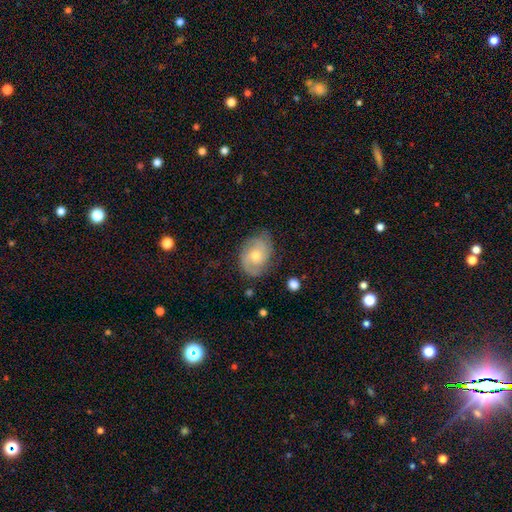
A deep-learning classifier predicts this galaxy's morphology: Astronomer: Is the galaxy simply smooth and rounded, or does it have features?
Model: featured or disk — 70%.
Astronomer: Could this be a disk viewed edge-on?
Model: no — 97%.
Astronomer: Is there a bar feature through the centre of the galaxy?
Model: no — 72%.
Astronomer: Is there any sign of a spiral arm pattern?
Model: yes — 92%.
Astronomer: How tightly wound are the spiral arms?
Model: tight — 46% (runner-up: medium, 40%).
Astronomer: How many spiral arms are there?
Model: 2 — 48%.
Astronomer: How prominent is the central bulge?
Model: moderate — 48% (runner-up: small, 47%).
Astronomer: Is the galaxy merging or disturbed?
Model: none — 72%.